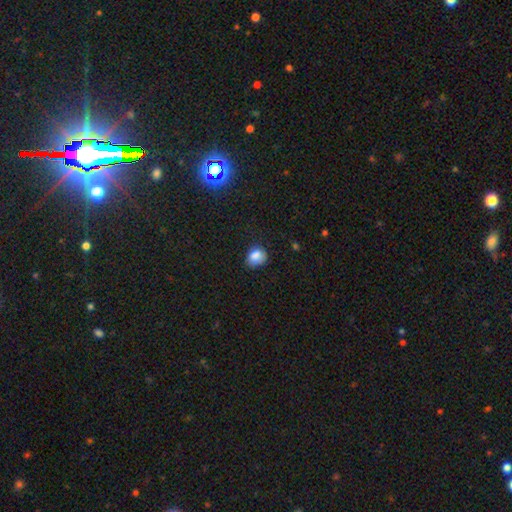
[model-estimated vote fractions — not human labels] Q: Smooth or featured?
A: smooth (82%); runner-up: star or artifact (10%)
Q: How rounded?
A: round (53%); runner-up: in between (46%)
Q: Merging?
A: none (57%); runner-up: minor disturbance (32%)